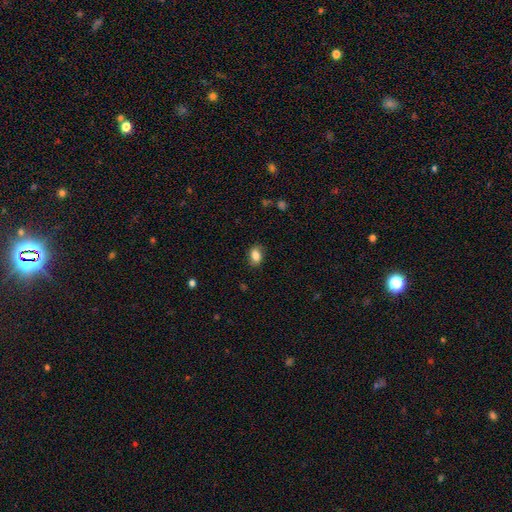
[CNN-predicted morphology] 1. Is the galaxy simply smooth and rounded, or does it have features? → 84% smooth, 8% star or artifact, 7% featured or disk.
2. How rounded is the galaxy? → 80% in between, 19% round, 2% cigar-shaped.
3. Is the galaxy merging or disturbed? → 84% none, 12% minor disturbance, 3% major disturbance, 1% merger.